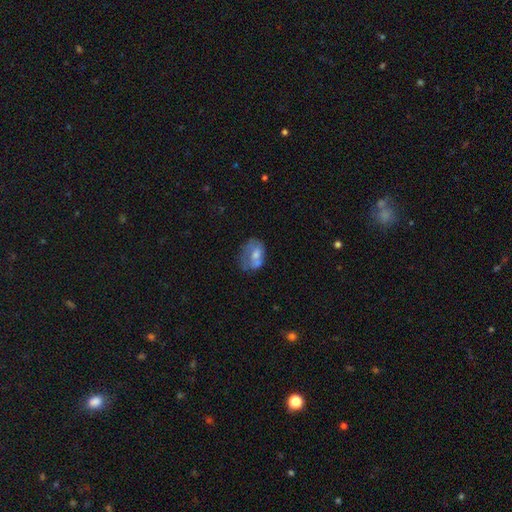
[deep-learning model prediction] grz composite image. It shows a smooth galaxy with no disk features (53%) that is in between round and cigar-shaped (72%). Merging: none (33%).